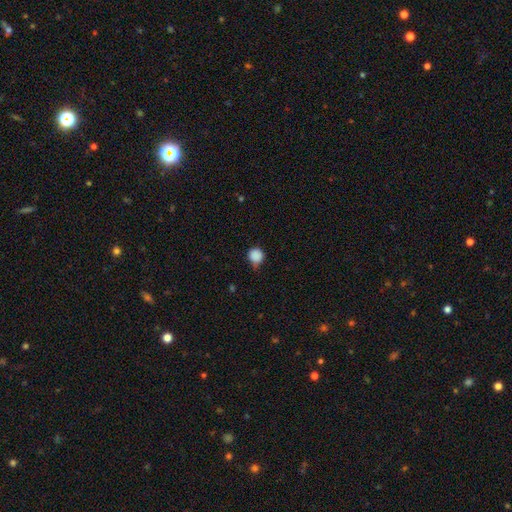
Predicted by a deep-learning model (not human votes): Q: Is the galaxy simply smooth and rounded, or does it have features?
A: smooth — 87%.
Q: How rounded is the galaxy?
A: round — 92%.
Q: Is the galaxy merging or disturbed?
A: none — 63%.